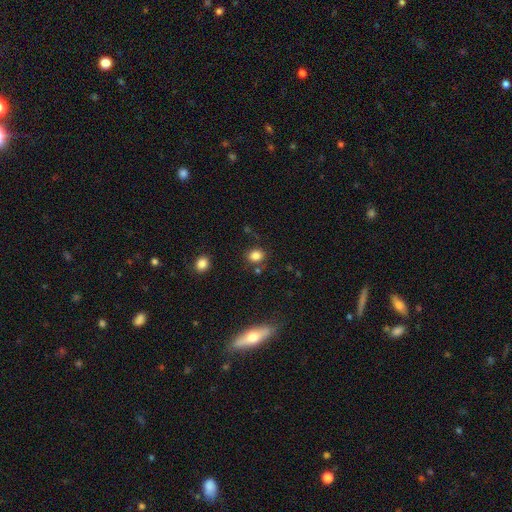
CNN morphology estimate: smooth_or_featured: smooth (p=0.83) [alt: star or artifact p=0.12]
how_rounded: round (p=0.64) [alt: in between p=0.35]
merging: none (p=0.79) [alt: minor disturbance p=0.11]